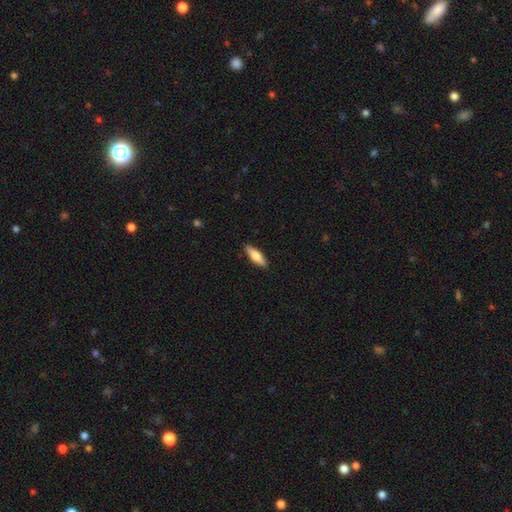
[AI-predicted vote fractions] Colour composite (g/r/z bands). It shows a smooth galaxy with no disk features (70%) that is cigar-shaped (55%). Merging: none (90%).